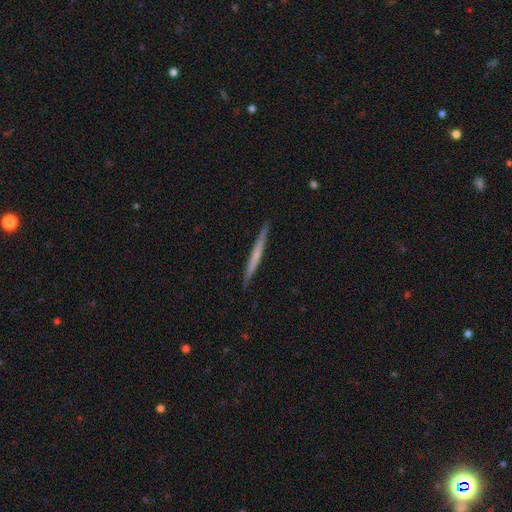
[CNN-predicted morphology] Smooth or featured?
  - featured or disk: 50% *
  - smooth: 45%
  - star or artifact: 5%
Edge-on disk?
  - yes: 98% *
  - no: 2%
Merging?
  - none: 91% *
  - minor disturbance: 7%
  - major disturbance: 1%
  - merger: 1%